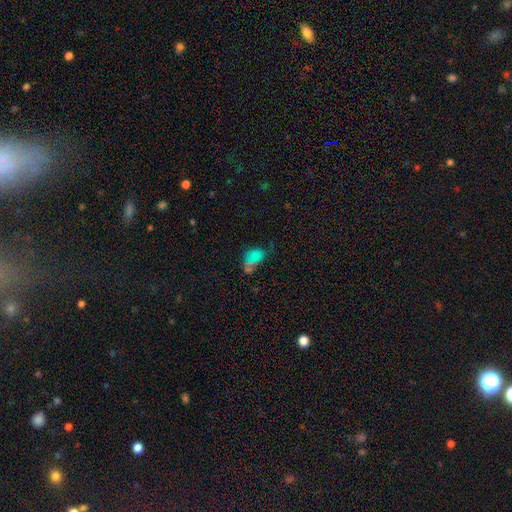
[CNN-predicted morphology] Overall: smooth (60%; star or artifact 28%). How rounded: in between (85%). Merging: none (47%; minor disturbance 23%).